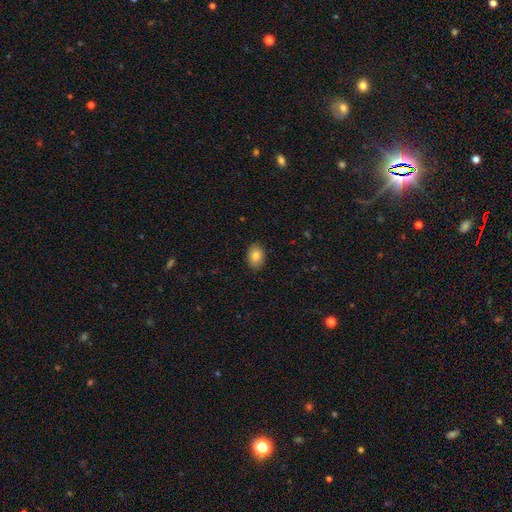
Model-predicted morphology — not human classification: Smooth or featured: smooth — 84% (star or artifact — 8%)
How rounded: in between — 79% (round — 20%)
Merging: none — 89% (minor disturbance — 8%)